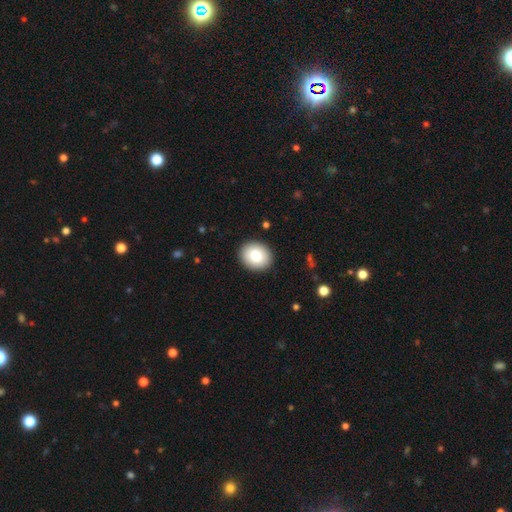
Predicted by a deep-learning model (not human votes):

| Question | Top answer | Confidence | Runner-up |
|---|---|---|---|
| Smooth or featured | smooth | 81% | featured or disk (12%) |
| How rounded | round | 62% | in between (37%) |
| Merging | none | 91% | minor disturbance (6%) |